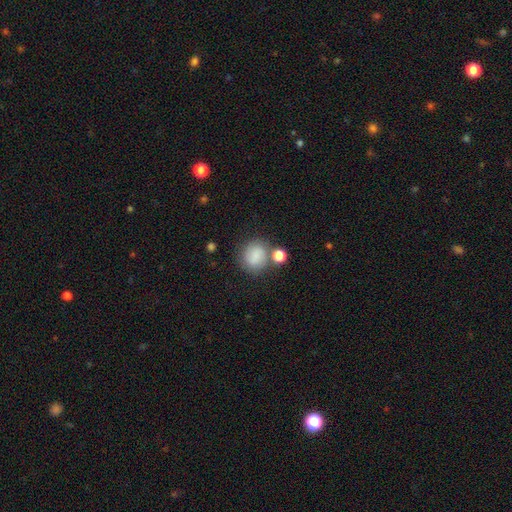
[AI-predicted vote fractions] smooth_or_featured: smooth (p=0.82) [alt: star or artifact p=0.09]
how_rounded: round (p=0.75) [alt: in between p=0.24]
merging: none (p=0.63) [alt: merger p=0.16]